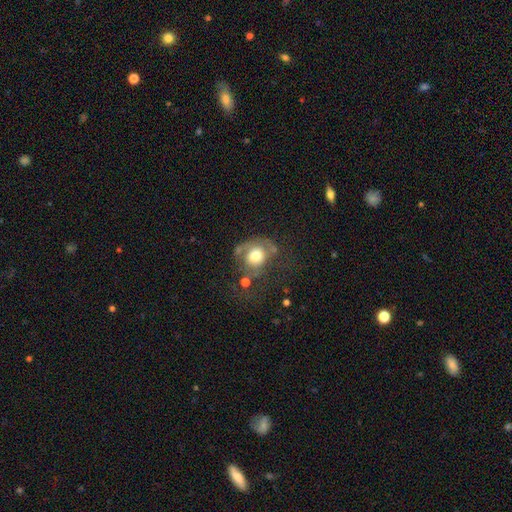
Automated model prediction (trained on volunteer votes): Smooth or featured: smooth — 61% (featured or disk — 30%)
How rounded: round — 64% (in between — 35%)
Merging: none — 37% (major disturbance — 30%)